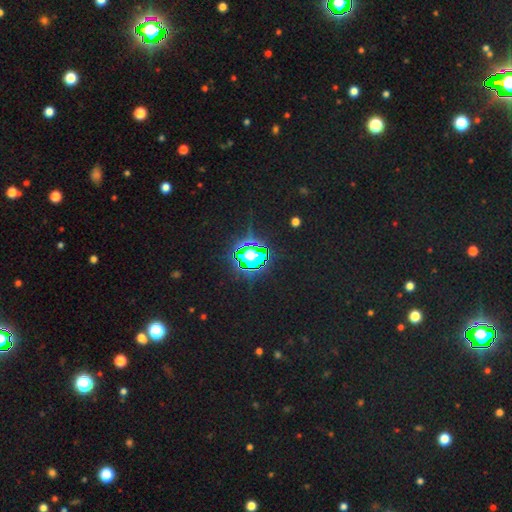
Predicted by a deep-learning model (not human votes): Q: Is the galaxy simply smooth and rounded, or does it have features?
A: star or artifact — 72%.